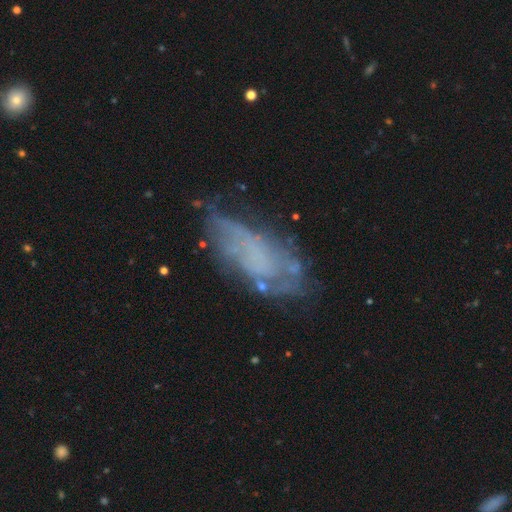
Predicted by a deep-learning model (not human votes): A featured or disk galaxy (57%) with no bar (87%), no spiral arms (69%) and no central bulge (82%).

Vote fractions:
- Smooth or featured? featured or disk: 57% / smooth: 31% / star or artifact: 12%
- Edge-on disk? no: 91% / yes: 9%
- Bar? no: 87% / weak: 10% / strong: 3%
- Spiral arms? no: 69% / yes: 31%
- Bulge size? none: 82% / small: 9% / moderate: 5% / large: 3% / dominant: 1%
- Merging? none: 49% / minor disturbance: 27% / major disturbance: 20% / merger: 4%